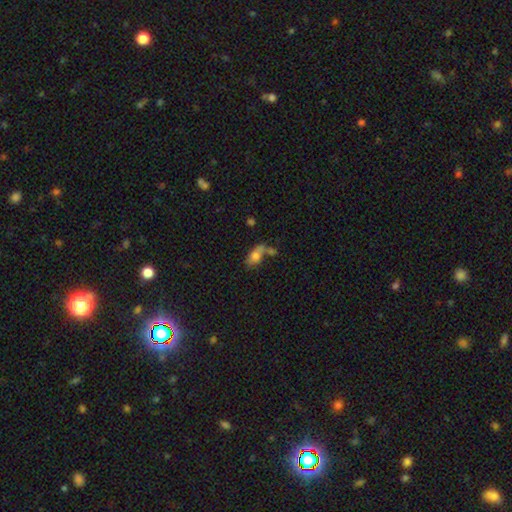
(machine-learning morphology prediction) Overall: smooth (71%). How rounded: in between (84%). Merging: none (36%; merger 34%).